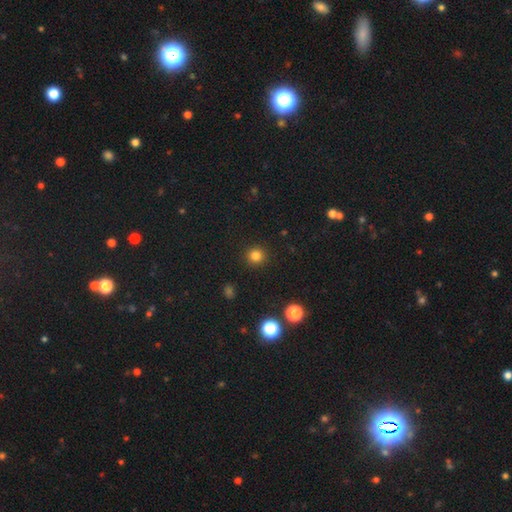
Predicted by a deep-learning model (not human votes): Smooth or featured: smooth — 81% (star or artifact — 14%)
How rounded: round — 93% (in between — 6%)
Merging: none — 91% (minor disturbance — 5%)